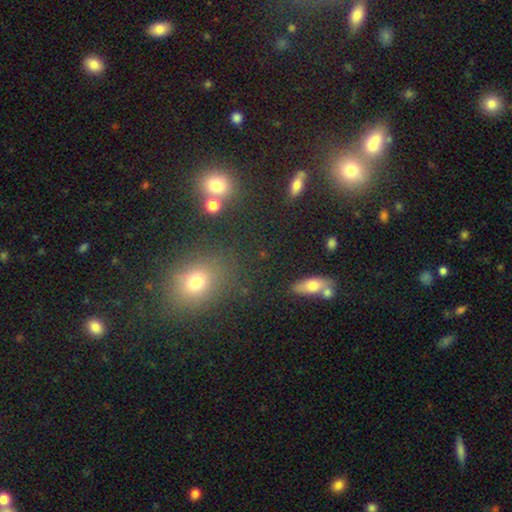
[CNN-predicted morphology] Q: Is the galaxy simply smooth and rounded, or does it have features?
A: smooth — 54%.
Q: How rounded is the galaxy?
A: round — 48%.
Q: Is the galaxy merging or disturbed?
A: none — 77%.